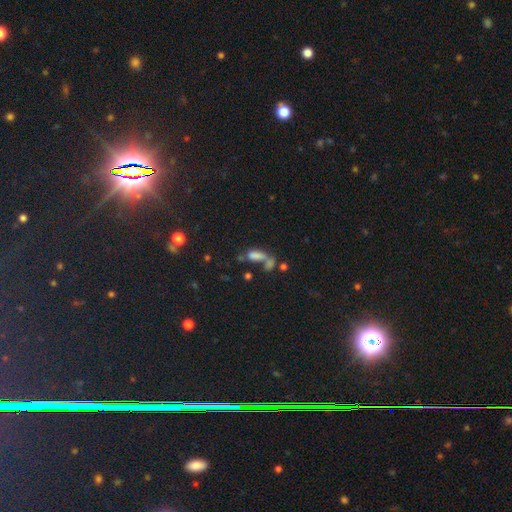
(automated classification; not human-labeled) This appears to be a smooth galaxy with no disk features (59%) that is in between round and cigar-shaped (69%). Merging: merger (43%).